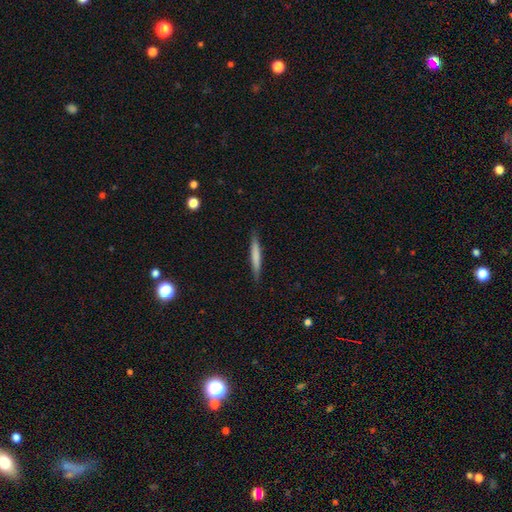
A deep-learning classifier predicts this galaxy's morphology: smooth-or-featured: smooth: 69% | featured or disk: 26% | star or artifact: 6%
  how-rounded: cigar-shaped: 95% | in between: 4% | round: 1%
  merging: none: 89% | minor disturbance: 9% | major disturbance: 2% | merger: 1%